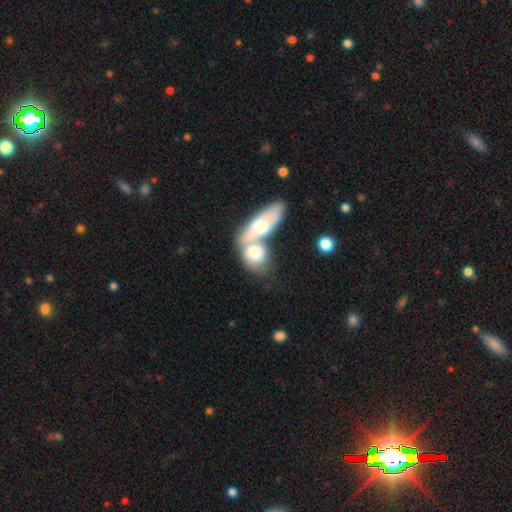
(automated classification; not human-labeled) smooth 67%, featured or disk 27%, star or artifact 6%. Down the decision tree: how rounded — in between (67%); merging — merger (63%).